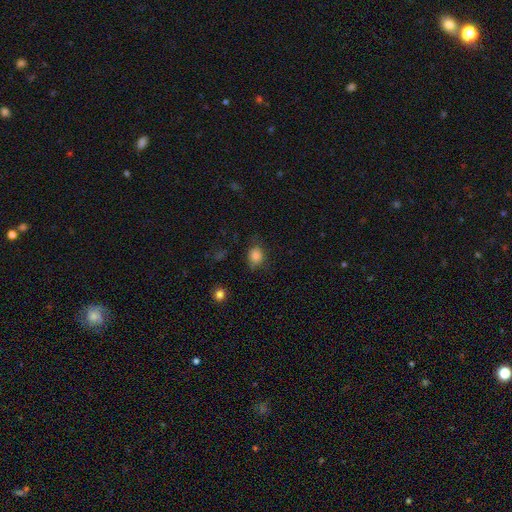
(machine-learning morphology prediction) Smooth or featured: smooth — 84% (star or artifact — 10%)
How rounded: round — 53% (in between — 45%)
Merging: none — 71% (minor disturbance — 21%)